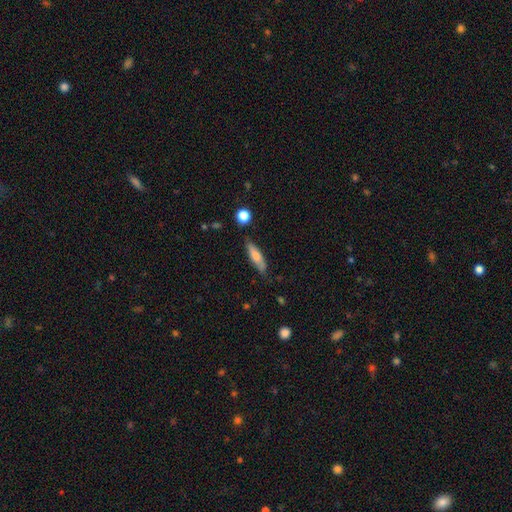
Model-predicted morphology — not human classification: Smooth or featured: smooth — 62% (featured or disk — 32%)
How rounded: cigar-shaped — 70% (in between — 28%)
Merging: none — 80% (minor disturbance — 15%)